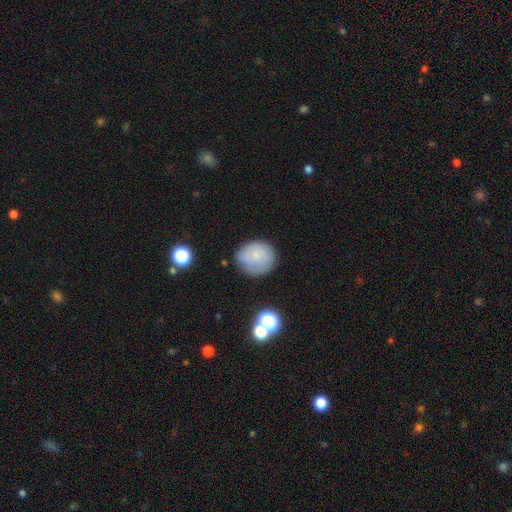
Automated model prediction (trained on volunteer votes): Smooth or featured? Predicted: smooth (p=0.73). How rounded? Predicted: round (p=0.79). Merging? Predicted: none (p=0.71).